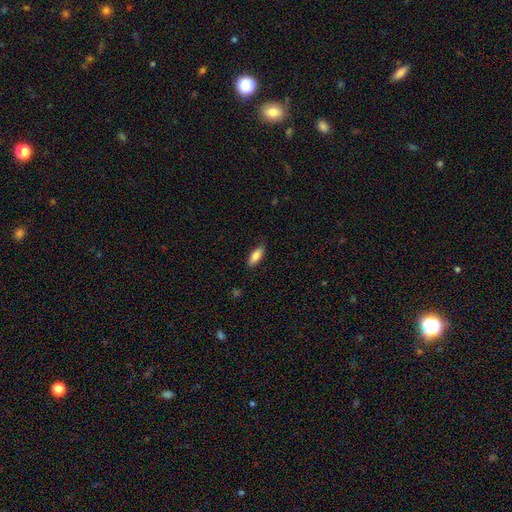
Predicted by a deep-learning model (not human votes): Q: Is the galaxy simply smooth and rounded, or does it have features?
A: smooth — 84%.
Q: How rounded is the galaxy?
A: in between — 74%.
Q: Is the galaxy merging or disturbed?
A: none — 82%.